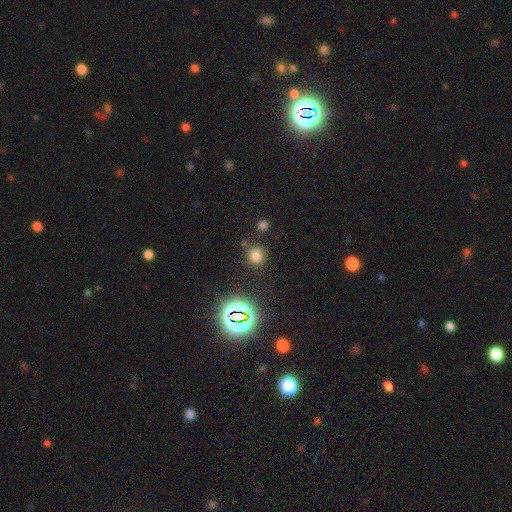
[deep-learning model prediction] This is likely a smooth galaxy (71%). How rounded: clearly round (89%). Merging: likely none (80%).